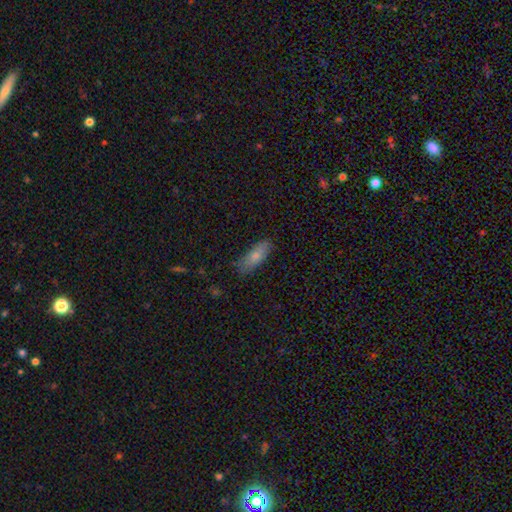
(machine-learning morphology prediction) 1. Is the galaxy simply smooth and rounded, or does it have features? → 78% smooth, 15% featured or disk, 7% star or artifact.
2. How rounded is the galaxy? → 69% in between, 29% cigar-shaped, 2% round.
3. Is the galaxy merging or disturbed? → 79% none, 16% minor disturbance, 3% major disturbance, 1% merger.